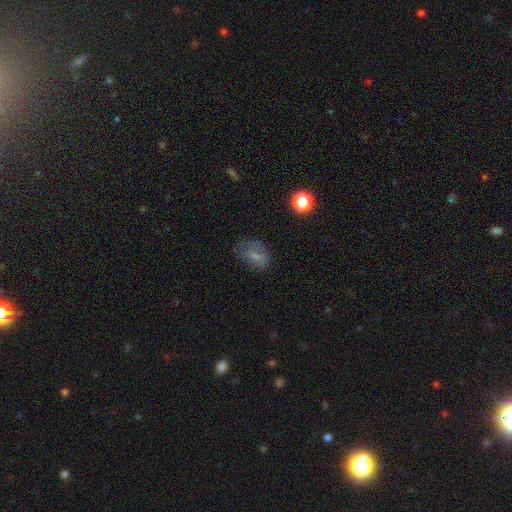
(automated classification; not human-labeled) This is likely a smooth galaxy (63%). How rounded: likely in between (75%). Merging: possibly none (51%).